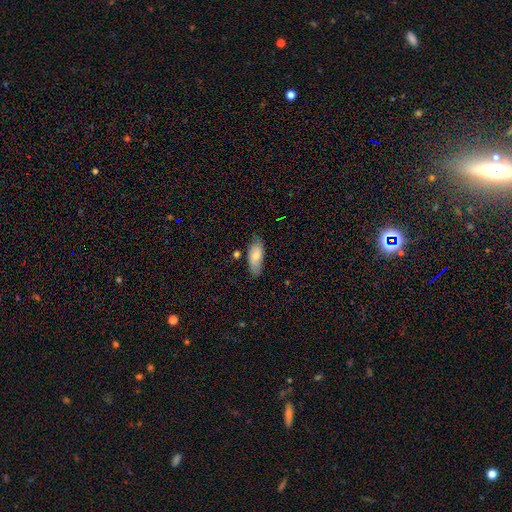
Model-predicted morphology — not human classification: A smooth galaxy with no disk features (75%) that is in between round and cigar-shaped (83%).

Vote fractions:
- Smooth or featured? smooth: 75% / featured or disk: 19% / star or artifact: 7%
- How rounded? in between: 83% / cigar-shaped: 15% / round: 2%
- Merging? none: 74% / minor disturbance: 20% / major disturbance: 4% / merger: 3%